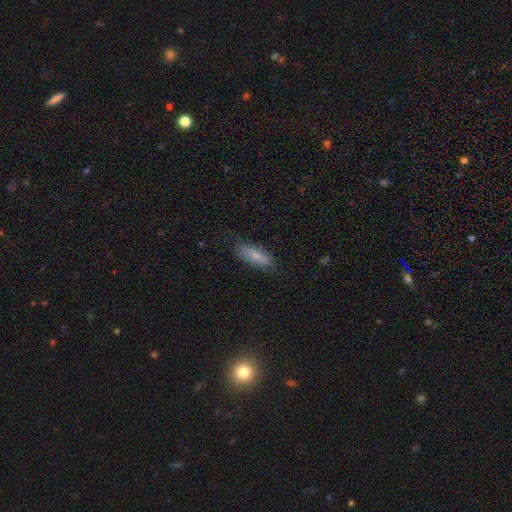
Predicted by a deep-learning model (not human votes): A smooth galaxy with no disk features (79%) that is in between round and cigar-shaped (63%).

Vote fractions:
- Smooth or featured? smooth: 79% / featured or disk: 14% / star or artifact: 6%
- How rounded? in between: 63% / cigar-shaped: 35% / round: 2%
- Merging? none: 79% / minor disturbance: 16% / major disturbance: 3% / merger: 1%